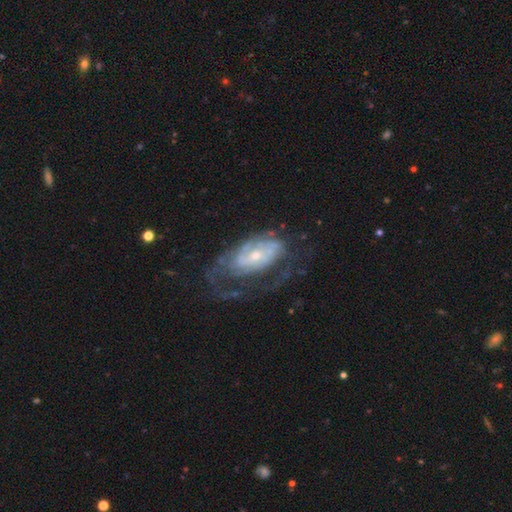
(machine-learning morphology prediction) The model was most divided on "merging": none: 46%, major disturbance: 30%, minor disturbance: 22%, merger: 2%. Remaining: edge-on disk — no (93%); spiral arms — yes (80%); smooth or featured — featured or disk (78%); bar — no (66%); bulge size — small (56%); spiral winding — tight (53%); spiral arm count — can't tell (49%).